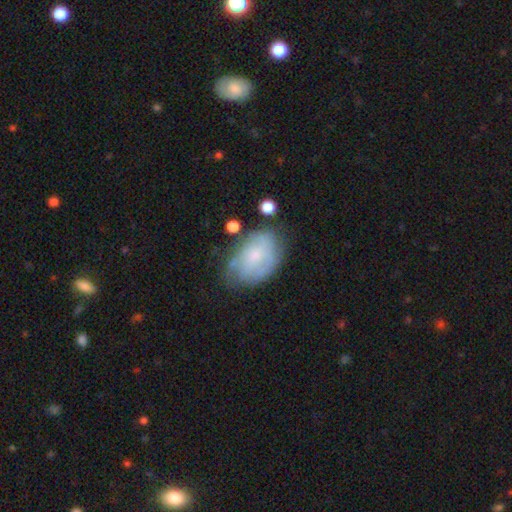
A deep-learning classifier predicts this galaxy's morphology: Q: Smooth or featured?
A: featured or disk (46%); tied with: smooth (46%)
Q: Merging?
A: none (54%); runner-up: minor disturbance (29%)